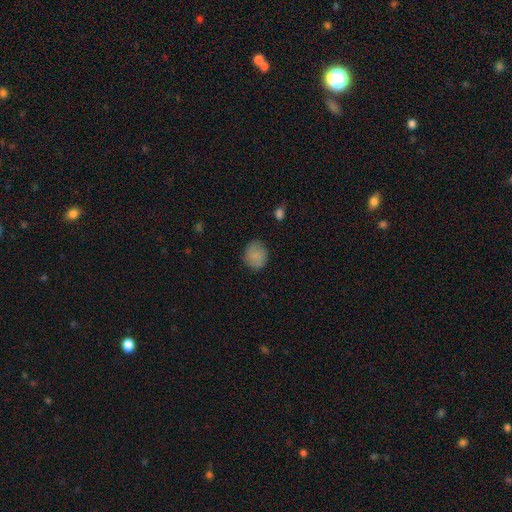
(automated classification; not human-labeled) This appears to be a smooth galaxy with no disk features (80%) that is round (73%). Merging: none (81%).